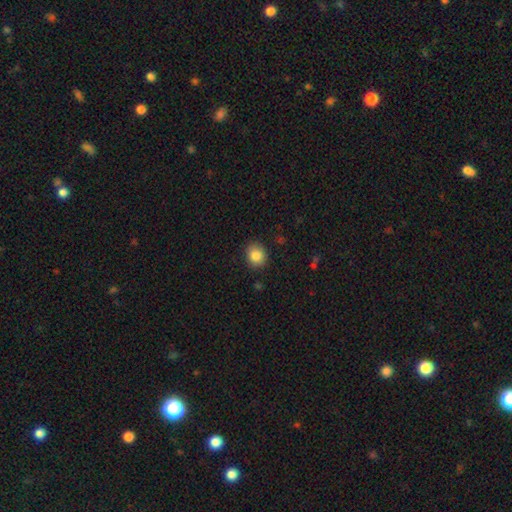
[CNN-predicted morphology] Overall: smooth (85%). How rounded: round (73%). Merging: none (86%).